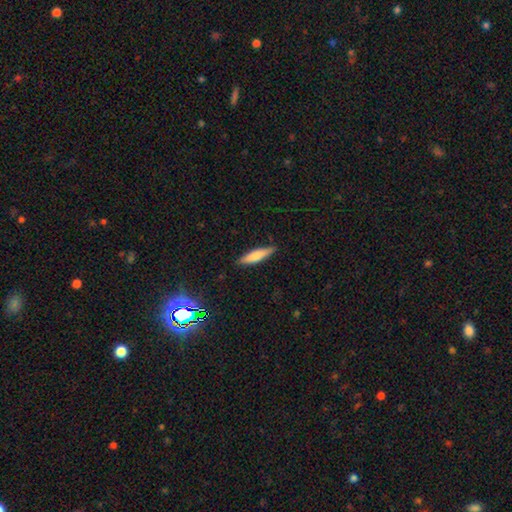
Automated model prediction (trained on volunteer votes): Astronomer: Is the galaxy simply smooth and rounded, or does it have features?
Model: smooth — 73%.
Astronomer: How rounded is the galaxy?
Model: cigar-shaped — 76%.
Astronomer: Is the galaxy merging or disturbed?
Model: none — 86%.